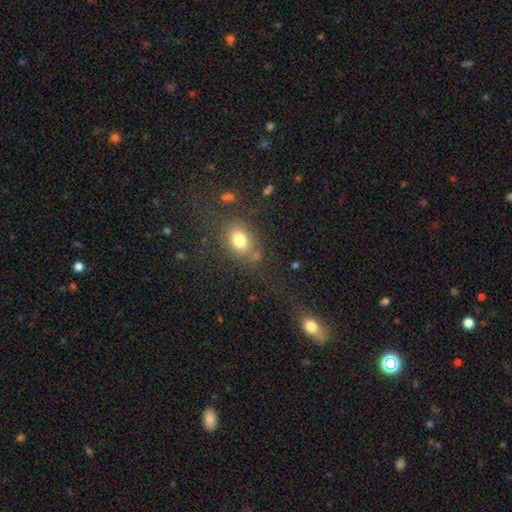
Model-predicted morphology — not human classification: A smooth galaxy with no disk features (76%) that is in between round and cigar-shaped (59%). Merging: none (66%).